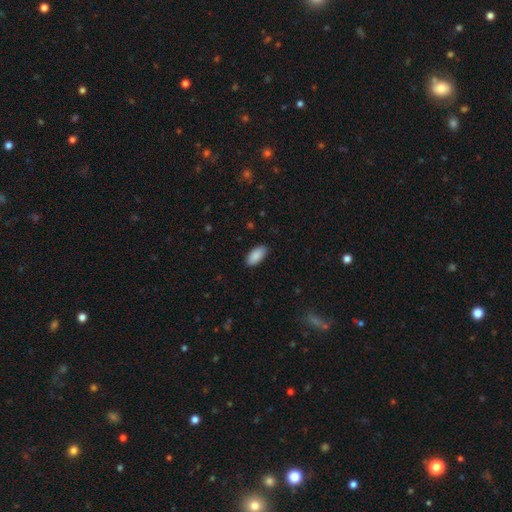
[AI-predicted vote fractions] smooth 89%, star or artifact 6%, featured or disk 4%. Down the decision tree: how rounded — in between (94%); merging — none (87%).